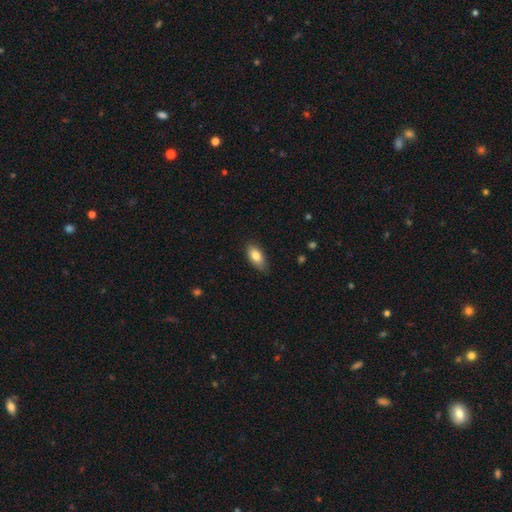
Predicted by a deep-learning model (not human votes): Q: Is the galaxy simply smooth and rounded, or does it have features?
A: smooth — 82%.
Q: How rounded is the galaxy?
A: in between — 88%.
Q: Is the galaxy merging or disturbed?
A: none — 79%.